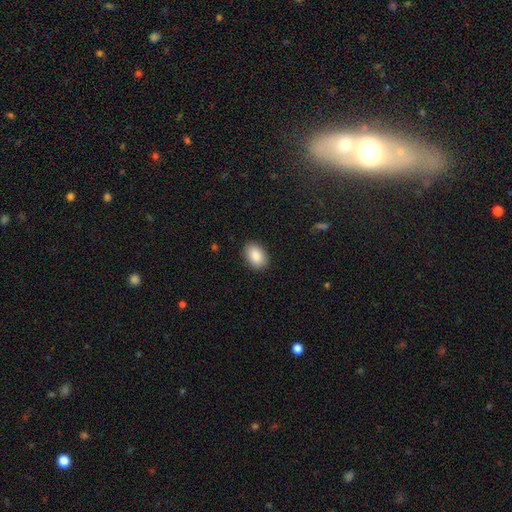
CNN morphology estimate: This appears to be a smooth galaxy with no disk features (88%) that is in between round and cigar-shaped (88%). Merging: none (89%).